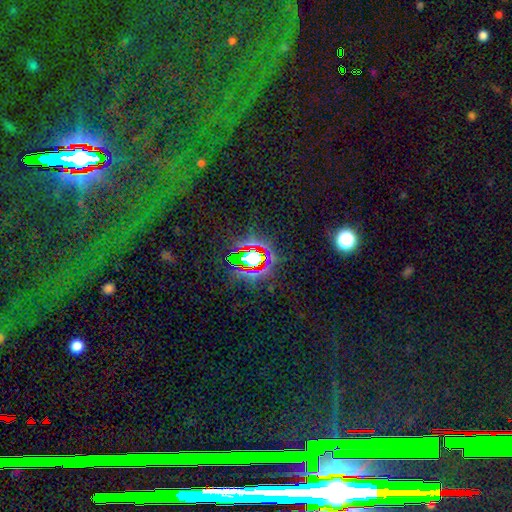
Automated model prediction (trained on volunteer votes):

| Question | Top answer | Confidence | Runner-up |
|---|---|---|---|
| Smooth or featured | star or artifact | 72% | smooth (17%) |